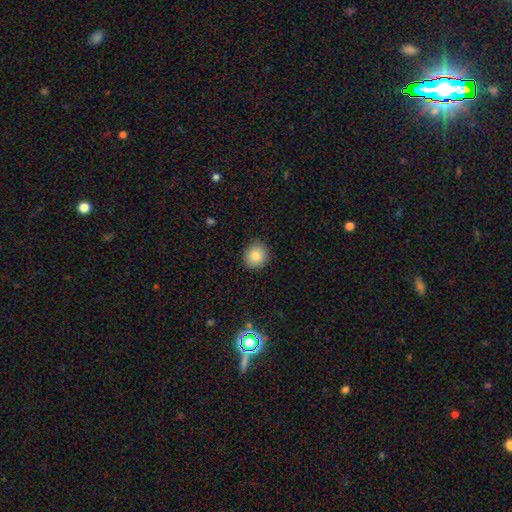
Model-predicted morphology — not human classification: smooth 84%, star or artifact 9%, featured or disk 6%. Down the decision tree: how rounded — round (78%); merging — none (90%).